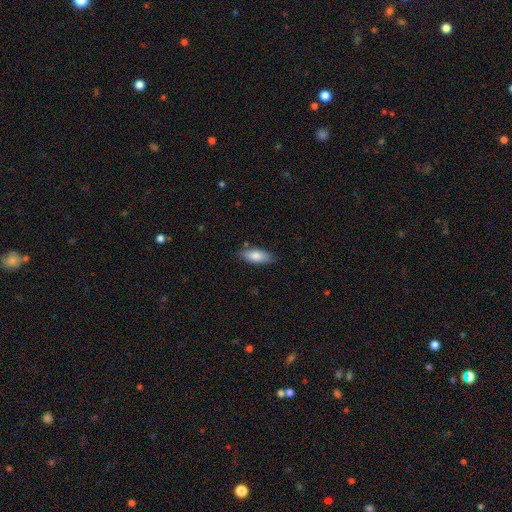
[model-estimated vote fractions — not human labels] This is clearly a smooth galaxy (80%). How rounded: clearly in between (81%). Merging: clearly none (82%).